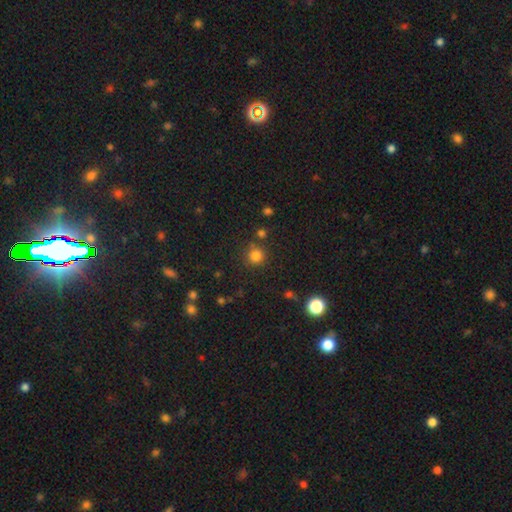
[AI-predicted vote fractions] Smooth or featured: smooth — 79% (star or artifact — 15%)
How rounded: round — 92% (in between — 7%)
Merging: none — 78% (minor disturbance — 10%)